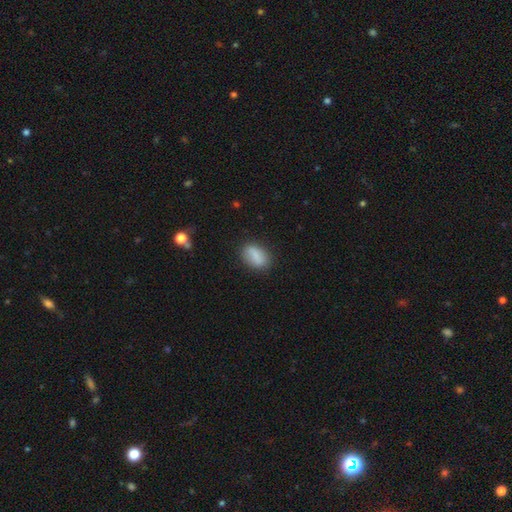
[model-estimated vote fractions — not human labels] A smooth galaxy with no disk features (83%) that is in between round and cigar-shaped (85%). Merging: none (79%).